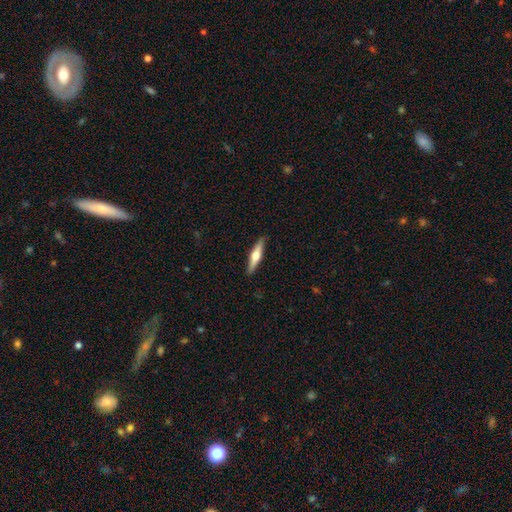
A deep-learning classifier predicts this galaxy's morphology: A featured or disk galaxy (55%) viewed edge-on (96%) with a rounded central bulge (92%).

Vote fractions:
- Smooth or featured? featured or disk: 55% / smooth: 39% / star or artifact: 5%
- Edge-on disk? yes: 96% / no: 4%
- Edge-on bulge? rounded: 92% / none: 4% / boxy: 4%
- Merging? none: 90% / minor disturbance: 8% / major disturbance: 2% / merger: 1%